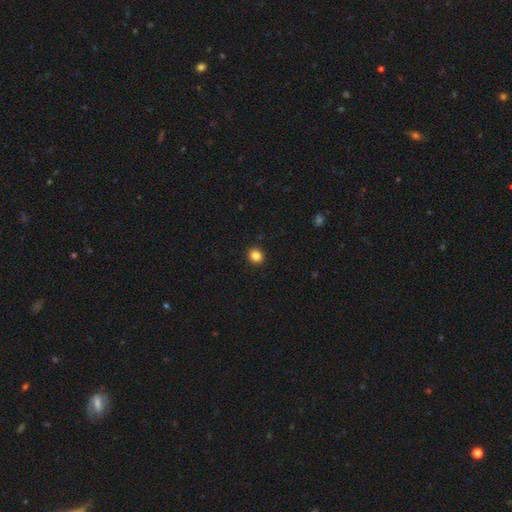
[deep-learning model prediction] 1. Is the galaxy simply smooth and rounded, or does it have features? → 85% smooth, 11% star or artifact, 4% featured or disk.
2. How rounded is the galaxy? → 83% round, 16% in between, 1% cigar-shaped.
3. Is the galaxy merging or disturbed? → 93% none, 5% minor disturbance, 2% major disturbance, 1% merger.